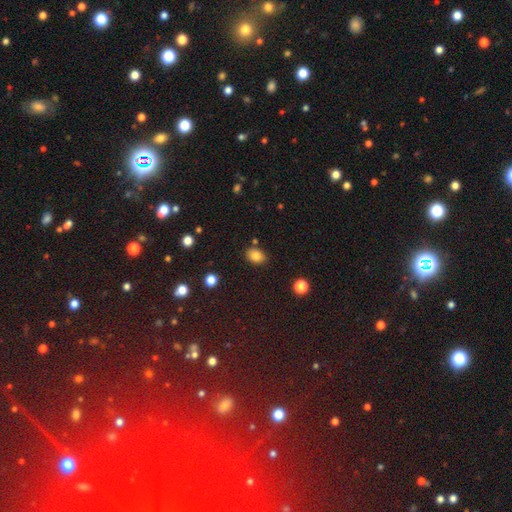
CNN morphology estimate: Smooth or featured? smooth (83%)
How rounded? in between (74%)
Merging? none (81%)